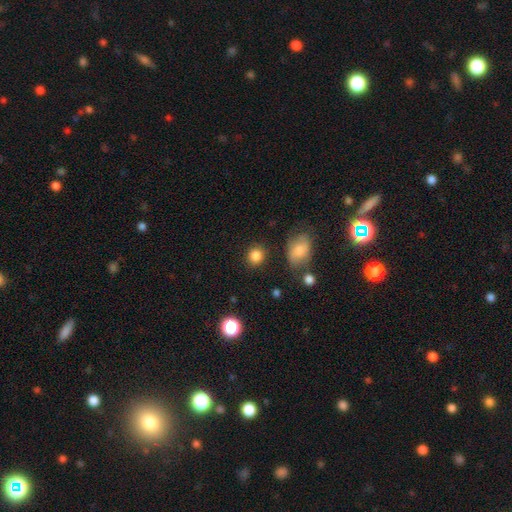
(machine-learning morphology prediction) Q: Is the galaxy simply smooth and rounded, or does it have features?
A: smooth — 84%.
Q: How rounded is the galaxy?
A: round — 83%.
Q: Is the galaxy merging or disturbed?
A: none — 85%.